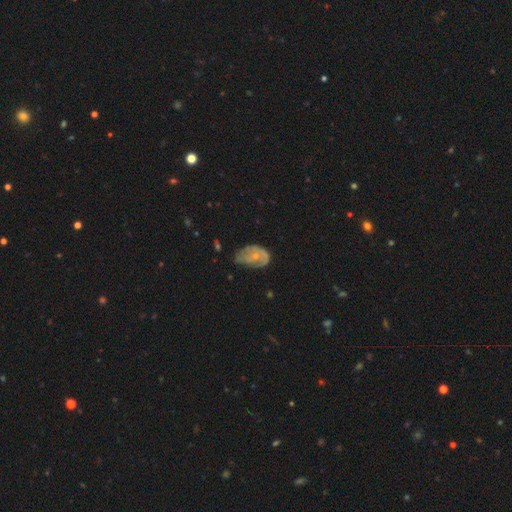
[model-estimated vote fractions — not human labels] Q: Smooth or featured?
A: featured or disk (51%); runner-up: smooth (41%)
Q: Edge-on disk?
A: no (97%); runner-up: yes (3%)
Q: Merging?
A: minor disturbance (40%); runner-up: none (32%)